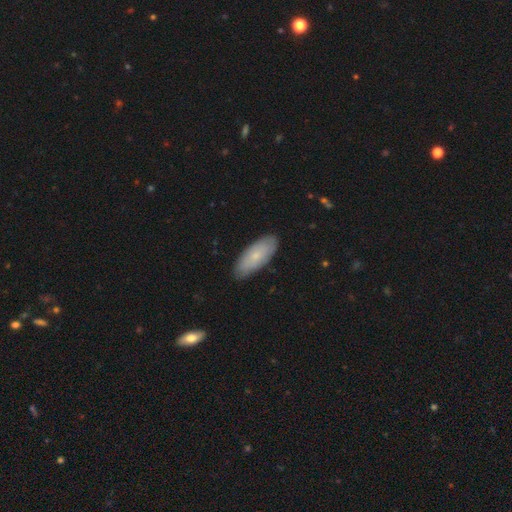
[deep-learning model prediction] Smooth or featured? smooth (69%)
How rounded? in between (82%)
Merging? none (84%)